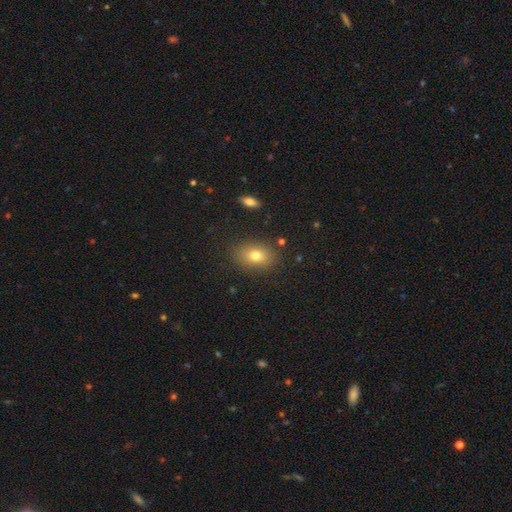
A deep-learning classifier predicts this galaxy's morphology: A smooth galaxy with no disk features (76%) that is in between round and cigar-shaped (75%). Merging: none (86%).